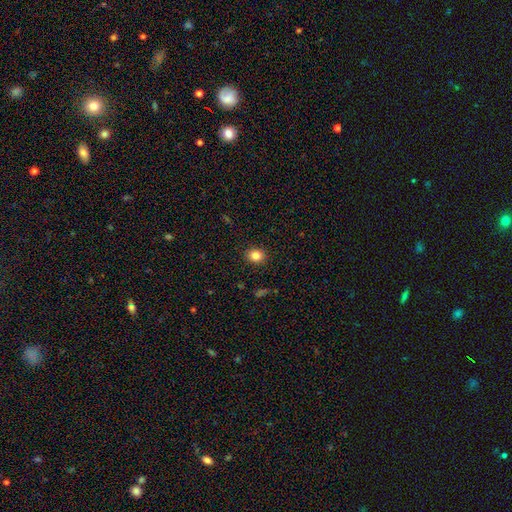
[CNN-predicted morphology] Overall: smooth (84%). How rounded: round (58%; in between 41%). Merging: none (90%).